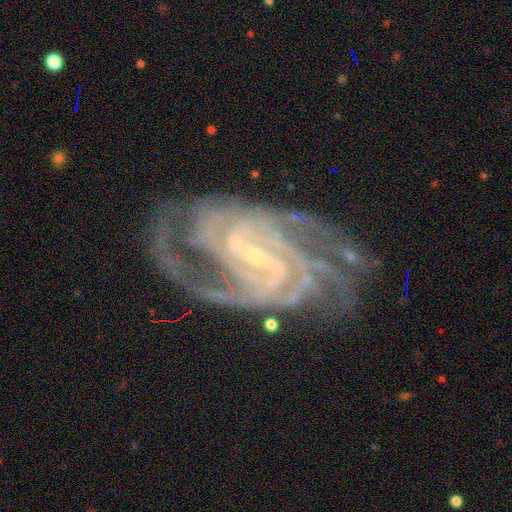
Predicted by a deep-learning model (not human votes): This appears to be a featured or disk galaxy (92%) with a weak bar (43%), 4 (24%) tight (59%) spiral arms (98%) and a small central bulge (79%). Merging: none (70%).